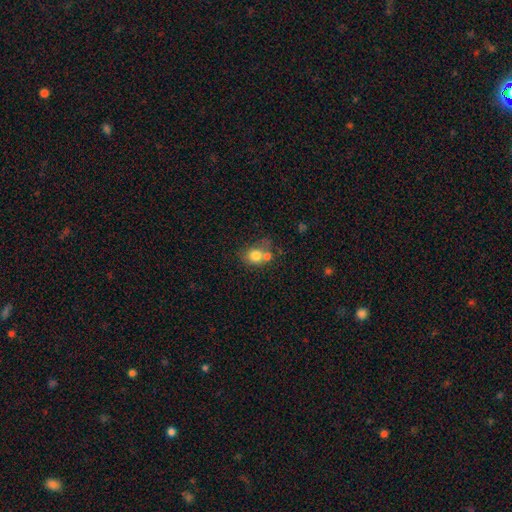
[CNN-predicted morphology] type=smooth (76%); roundness=round (69%); merging=merger (42%).